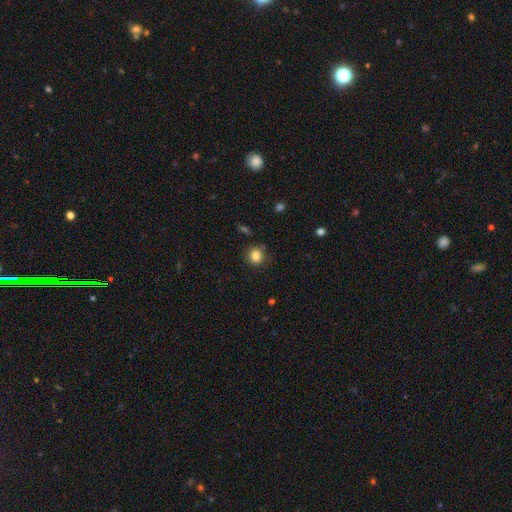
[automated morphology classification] This appears to be a smooth galaxy with no disk features (84%) that is round (77%). Merging: none (81%).